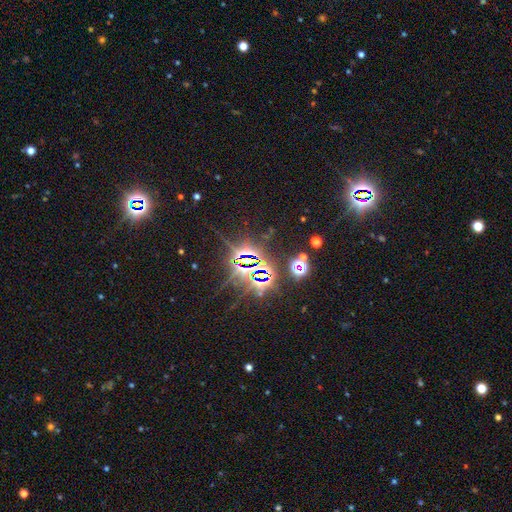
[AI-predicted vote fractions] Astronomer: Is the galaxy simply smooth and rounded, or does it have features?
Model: star or artifact — 76%.